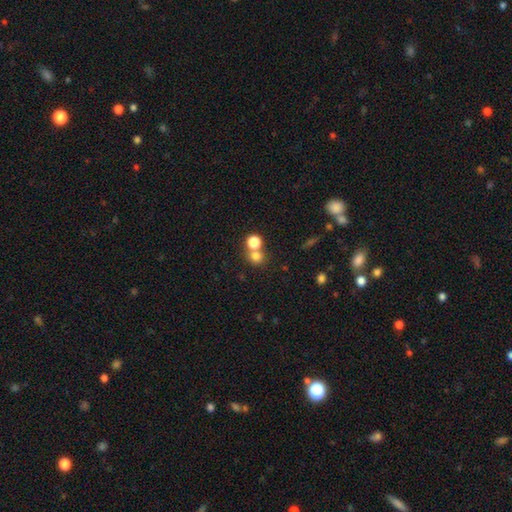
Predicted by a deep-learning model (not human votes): Smooth or featured? Predicted: smooth (p=0.76). How rounded? Predicted: round (p=0.86). Merging? Predicted: none (p=0.53).